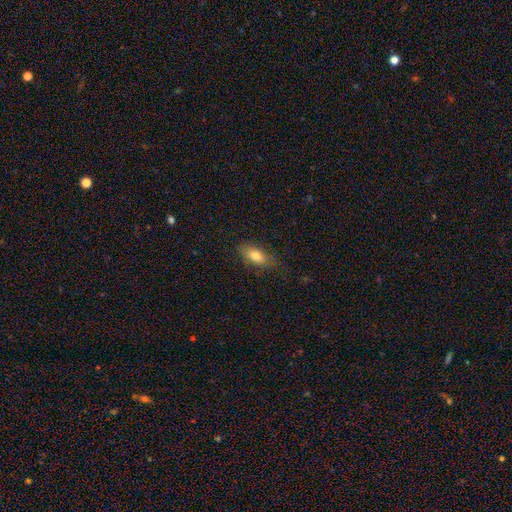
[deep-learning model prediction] Morphology: type=smooth (76%); roundness=in between (85%); merging=none (70%).